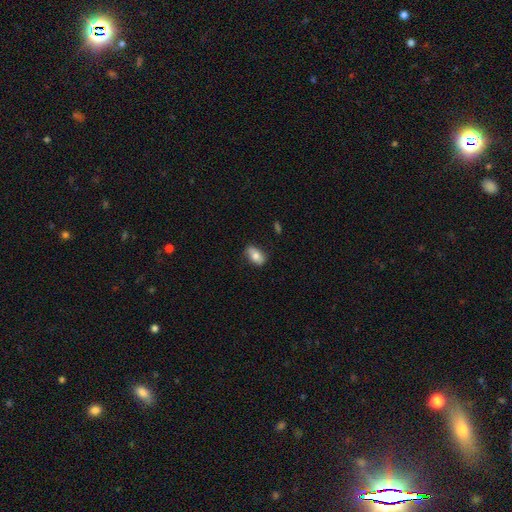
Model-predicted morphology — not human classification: smooth-or-featured: smooth: 78% | featured or disk: 15% | star or artifact: 7%
  how-rounded: in between: 90% | round: 5% | cigar-shaped: 4%
  merging: none: 76% | minor disturbance: 19% | major disturbance: 3% | merger: 2%